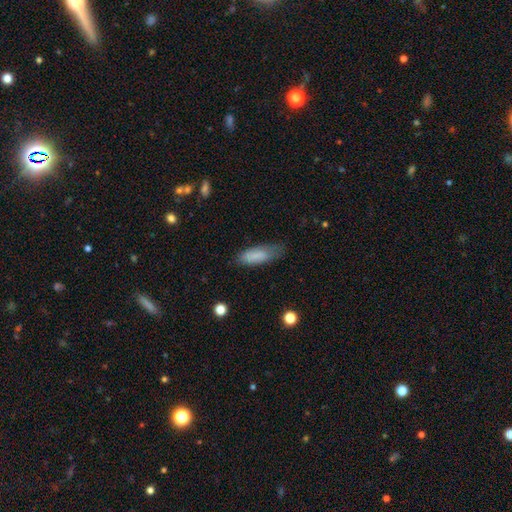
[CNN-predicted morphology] Smooth or featured: smooth — 82% (featured or disk — 11%)
How rounded: in between — 63% (cigar-shaped — 35%)
Merging: none — 62% (minor disturbance — 28%)